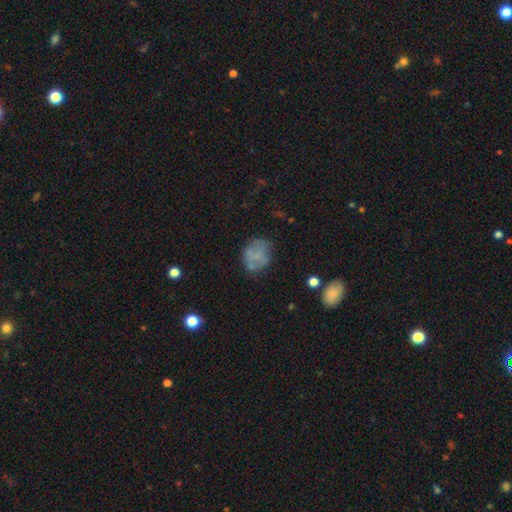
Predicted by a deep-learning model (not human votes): smooth-or-featured: smooth: 51% | featured or disk: 37% | star or artifact: 12%
  how-rounded: round: 51% | in between: 48% | cigar-shaped: 1%
  merging: none: 55% | minor disturbance: 26% | major disturbance: 14% | merger: 5%